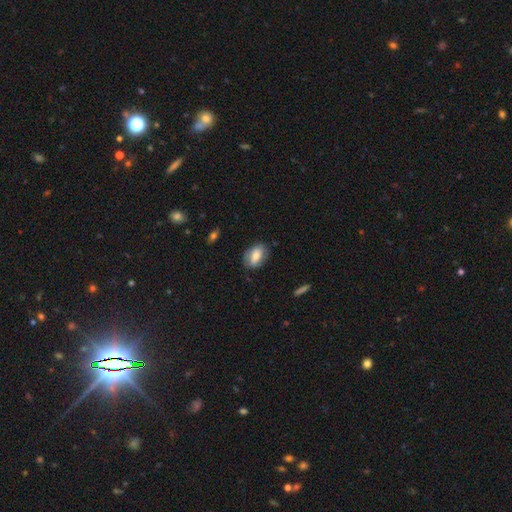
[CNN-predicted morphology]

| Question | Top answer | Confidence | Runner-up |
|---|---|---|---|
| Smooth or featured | smooth | 69% | featured or disk (24%) |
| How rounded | in between | 88% | round (10%) |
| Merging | none | 76% | minor disturbance (18%) |